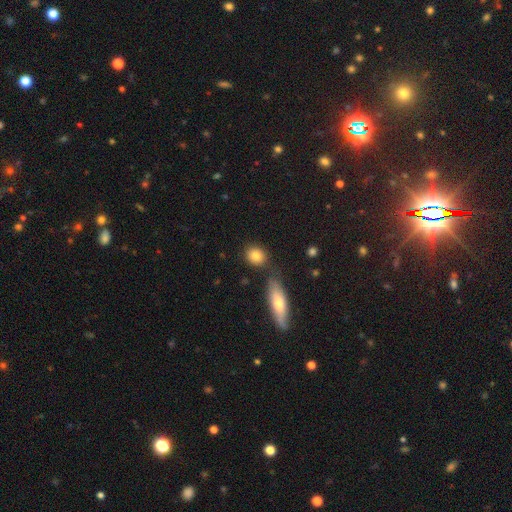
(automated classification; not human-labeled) Q: Smooth or featured?
A: smooth (83%); runner-up: featured or disk (9%)
Q: How rounded?
A: round (62%); runner-up: in between (34%)
Q: Merging?
A: none (77%); runner-up: minor disturbance (10%)